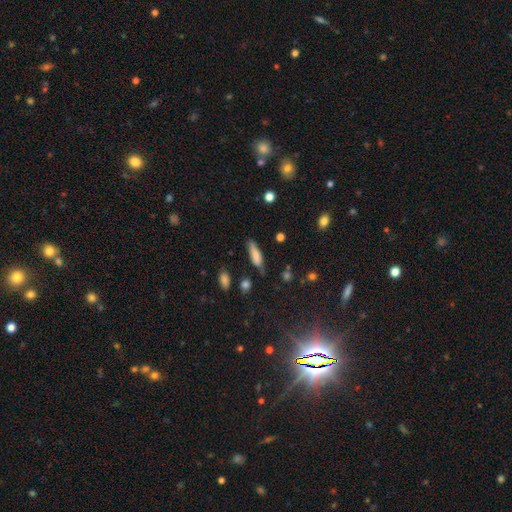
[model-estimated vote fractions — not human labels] Smooth or featured?
  - smooth: 75% *
  - featured or disk: 17%
  - star or artifact: 8%
How rounded?
  - cigar-shaped: 56% *
  - in between: 41%
  - round: 2%
Merging?
  - none: 66% *
  - minor disturbance: 24%
  - major disturbance: 6%
  - merger: 4%